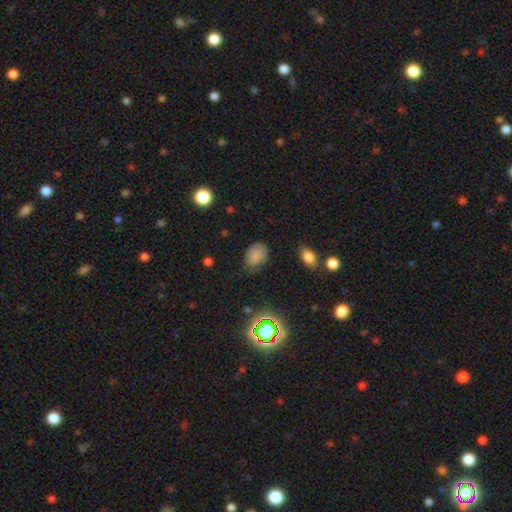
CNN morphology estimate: type=smooth (76%); roundness=in between (75%); merging=none (65%).